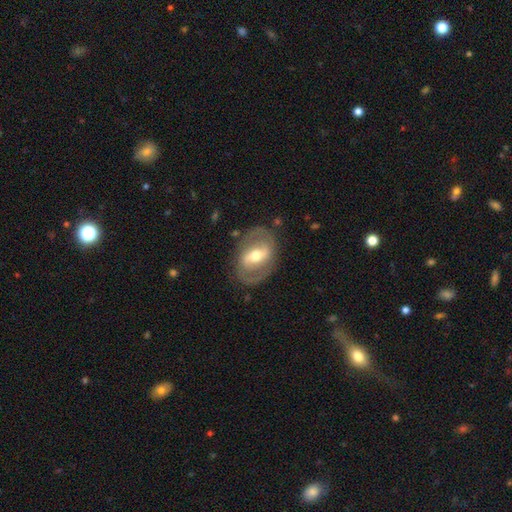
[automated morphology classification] Smooth or featured?
  - featured or disk: 74% *
  - smooth: 20%
  - star or artifact: 6%
Edge-on disk?
  - no: 95% *
  - yes: 5%
Bar?
  - strong: 42% *
  - weak: 38%
  - no: 20%
Spiral arms?
  - yes: 73% *
  - no: 27%
Spiral winding?
  - medium: 48% *
  - tight: 28%
  - loose: 25%
Spiral arm count?
  - 2: 84% *
  - can't tell: 9%
  - 1: 4%
  - 3: 1%
  - 4: 1%
  - more than 4: 1%
Bulge size?
  - moderate: 67% *
  - small: 21%
  - large: 9%
  - dominant: 1%
  - none: 1%
Merging?
  - none: 78% *
  - minor disturbance: 13%
  - major disturbance: 7%
  - merger: 2%